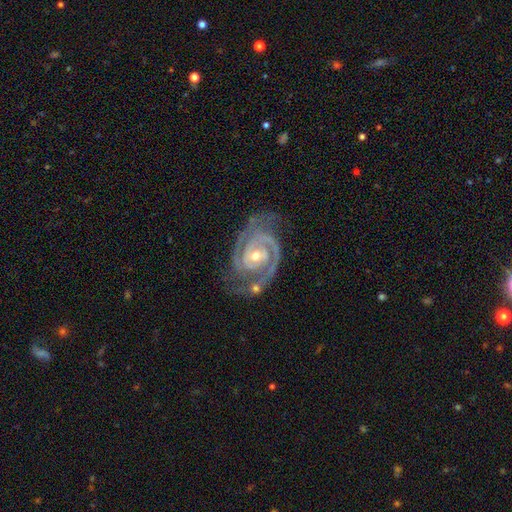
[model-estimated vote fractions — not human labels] featured or disk 93%, star or artifact 5%, smooth 2%. Down the decision tree: edge-on disk — no (98%); bar — no (57%); spiral arms — yes (99%); spiral arm count — 2 (73%); spiral winding — tight (69%); bulge size — small (49%); merging — none (68%).